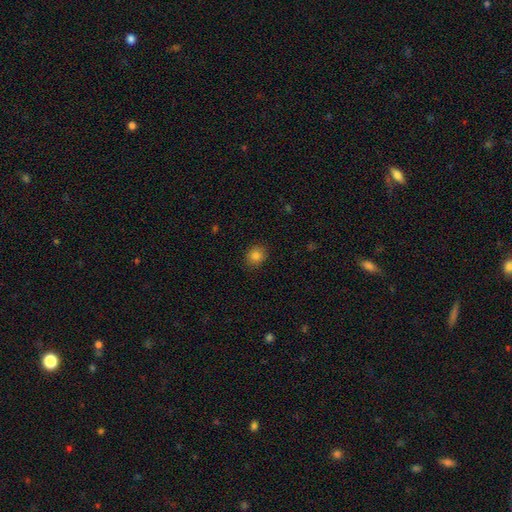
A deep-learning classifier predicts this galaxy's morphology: smooth 83%, star or artifact 12%, featured or disk 6%. Down the decision tree: how rounded — round (75%); merging — none (89%).